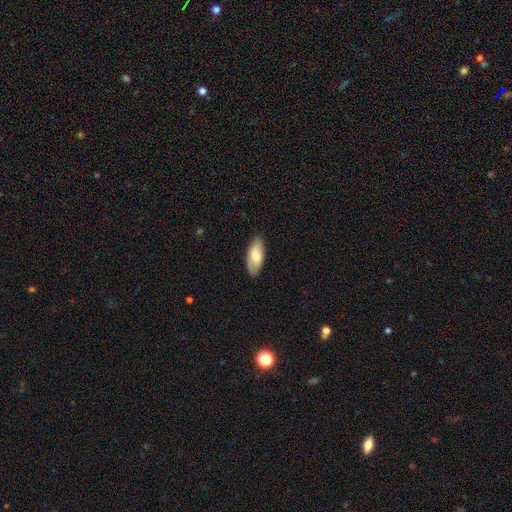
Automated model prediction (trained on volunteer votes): Smooth or featured? smooth (76%)
How rounded? in between (87%)
Merging? none (84%)